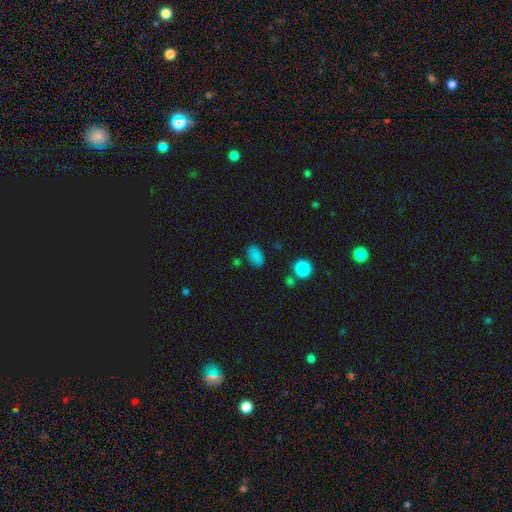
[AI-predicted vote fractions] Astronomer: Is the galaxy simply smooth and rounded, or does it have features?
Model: smooth — 82%.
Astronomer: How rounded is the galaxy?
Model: in between — 89%.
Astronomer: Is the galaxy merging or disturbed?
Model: none — 79%.